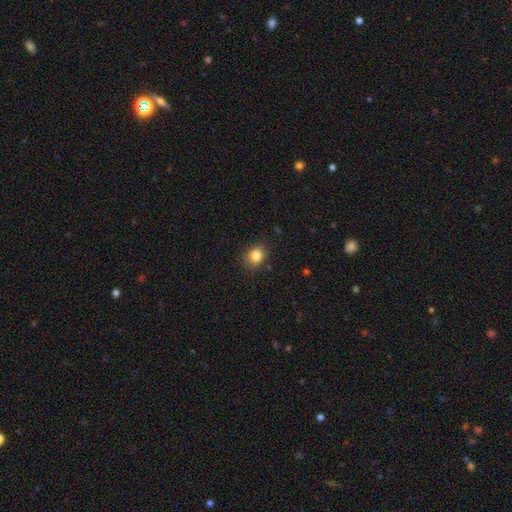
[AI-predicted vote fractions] Q: Smooth or featured?
A: smooth (82%); runner-up: star or artifact (11%)
Q: How rounded?
A: round (52%); runner-up: in between (47%)
Q: Merging?
A: none (83%); runner-up: minor disturbance (13%)